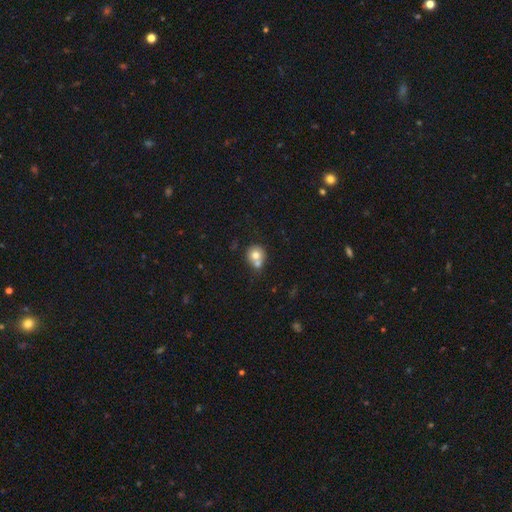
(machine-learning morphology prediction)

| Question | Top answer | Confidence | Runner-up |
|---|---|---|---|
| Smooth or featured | smooth | 74% | featured or disk (17%) |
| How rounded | round | 83% | in between (16%) |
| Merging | merger | 50% | none (38%) |